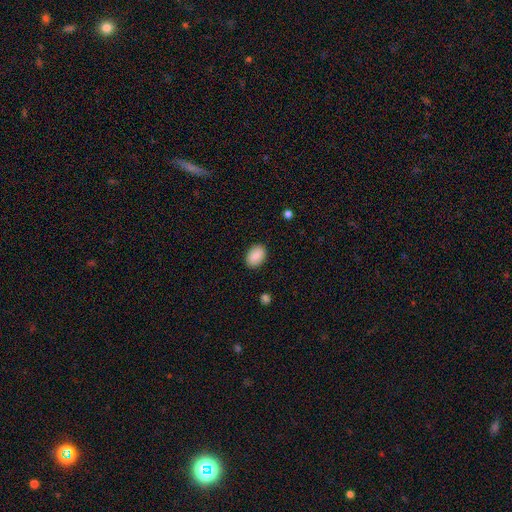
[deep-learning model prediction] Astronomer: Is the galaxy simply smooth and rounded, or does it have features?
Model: smooth — 88%.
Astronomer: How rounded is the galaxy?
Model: in between — 81%.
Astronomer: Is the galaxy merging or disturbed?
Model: none — 88%.